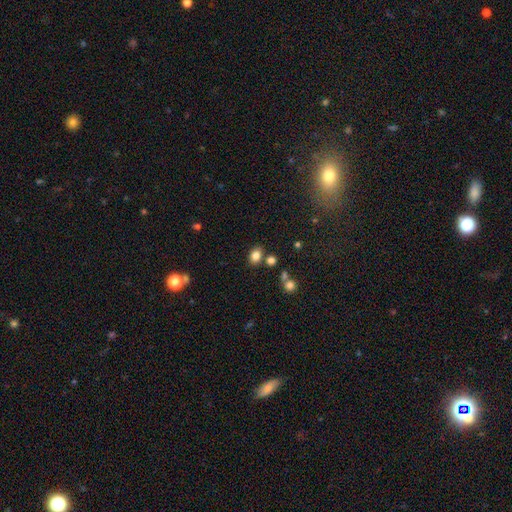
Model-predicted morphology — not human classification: smooth_or_featured: smooth (p=0.82) [alt: star or artifact p=0.12]
how_rounded: in between (p=0.68) [alt: round p=0.31]
merging: none (p=0.74) [alt: minor disturbance p=0.12]